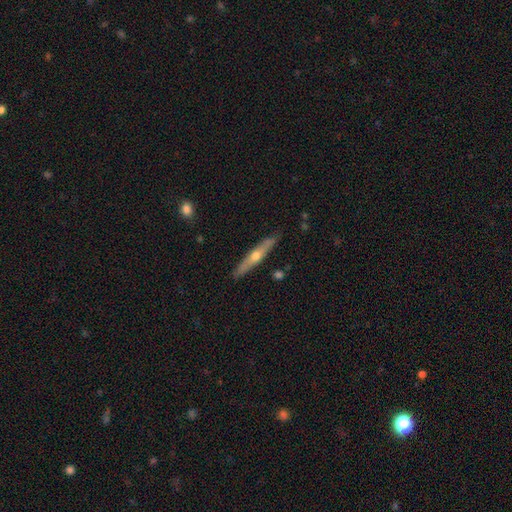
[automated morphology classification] A featured or disk galaxy (61%) viewed edge-on (93%) with a rounded central bulge (87%).

Vote fractions:
- Smooth or featured? featured or disk: 61% / smooth: 33% / star or artifact: 6%
- Edge-on disk? yes: 93% / no: 7%
- Edge-on bulge? rounded: 87% / none: 11% / boxy: 2%
- Merging? none: 88% / minor disturbance: 9% / major disturbance: 2% / merger: 1%